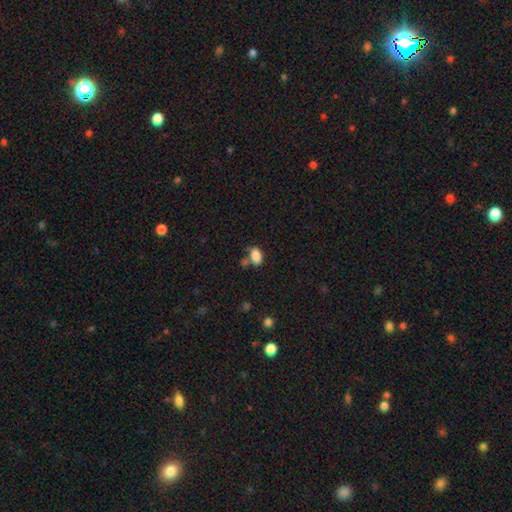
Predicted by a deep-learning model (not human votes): Smooth or featured: smooth — 86% (star or artifact — 9%)
How rounded: in between — 89% (round — 9%)
Merging: none — 55% (merger — 21%)